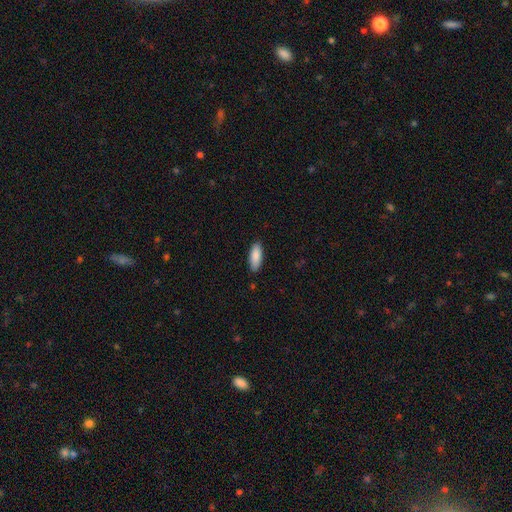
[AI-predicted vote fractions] Morphology: type=smooth (89%); roundness=in between (74%); merging=none (87%).